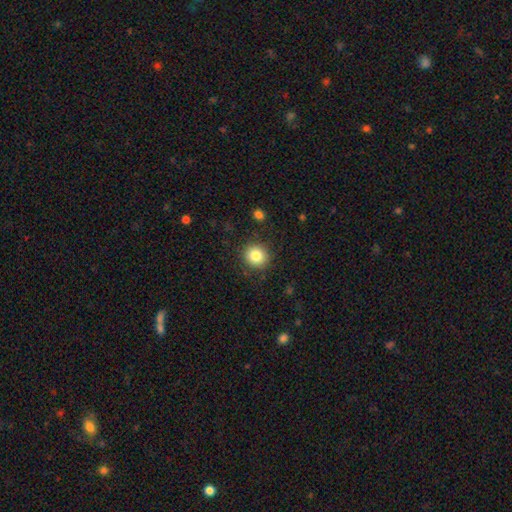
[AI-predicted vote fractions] Smooth or featured? smooth (83%)
How rounded? round (91%)
Merging? none (89%)